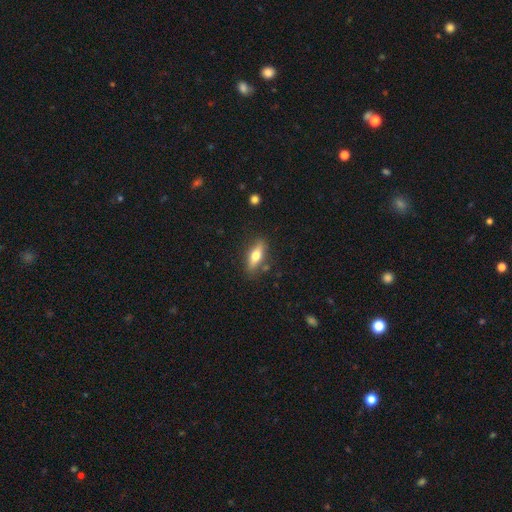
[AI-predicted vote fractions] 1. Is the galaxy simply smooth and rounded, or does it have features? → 58% smooth, 35% featured or disk, 7% star or artifact.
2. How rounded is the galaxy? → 54% in between, 42% cigar-shaped, 4% round.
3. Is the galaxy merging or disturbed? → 82% none, 12% minor disturbance, 3% merger, 3% major disturbance.